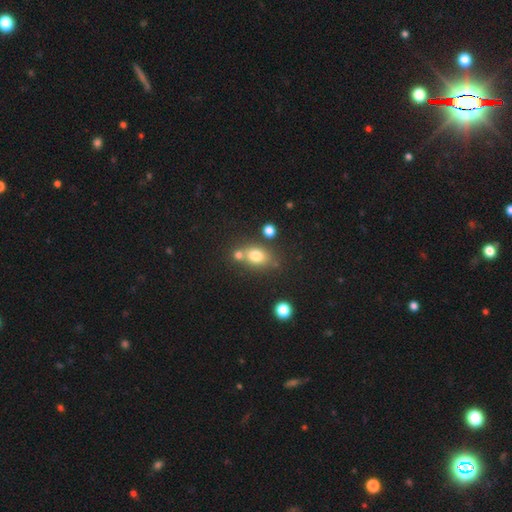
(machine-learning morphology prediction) Smooth or featured: smooth — 76% (star or artifact — 13%)
How rounded: in between — 62% (round — 36%)
Merging: none — 55% (merger — 28%)